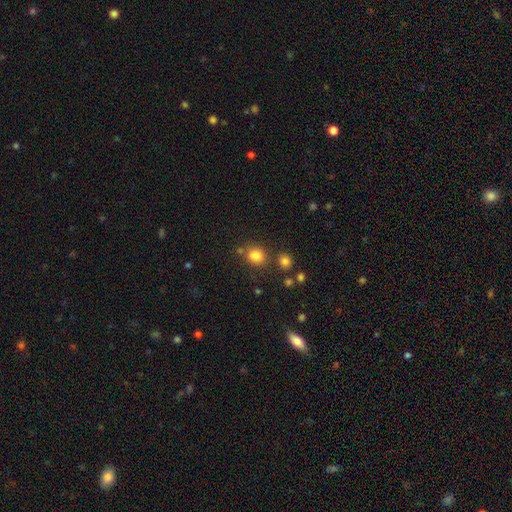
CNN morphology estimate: smooth-or-featured: smooth: 82% | star or artifact: 12% | featured or disk: 6%
  how-rounded: round: 64% | in between: 35% | cigar-shaped: 1%
  merging: none: 70% | minor disturbance: 13% | merger: 12% | major disturbance: 5%